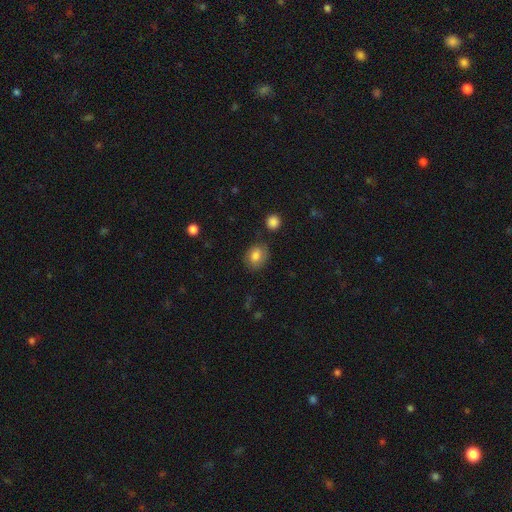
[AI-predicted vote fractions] Smooth or featured? smooth (80%)
How rounded? round (56%)
Merging? none (77%)